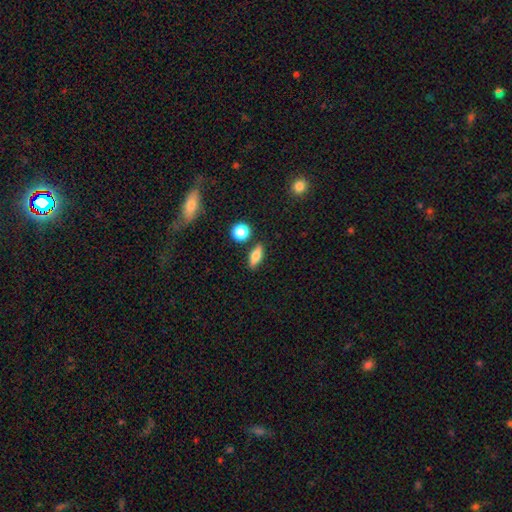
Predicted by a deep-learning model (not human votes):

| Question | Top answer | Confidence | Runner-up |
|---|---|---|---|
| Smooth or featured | smooth | 66% | featured or disk (25%) |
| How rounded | in between | 64% | cigar-shaped (25%) |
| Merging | none | 83% | minor disturbance (10%) |